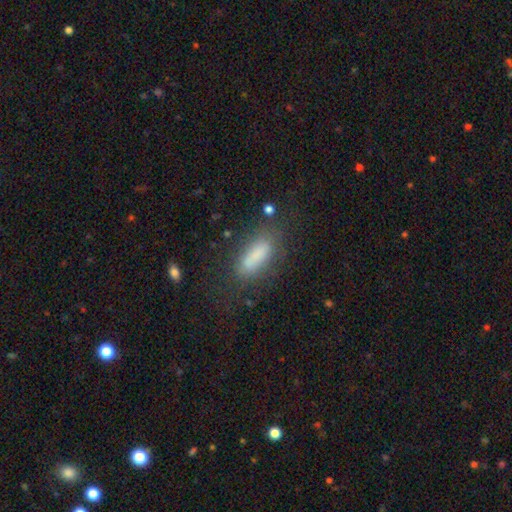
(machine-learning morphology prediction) type=smooth (78%); roundness=in between (61%); merging=none (68%).